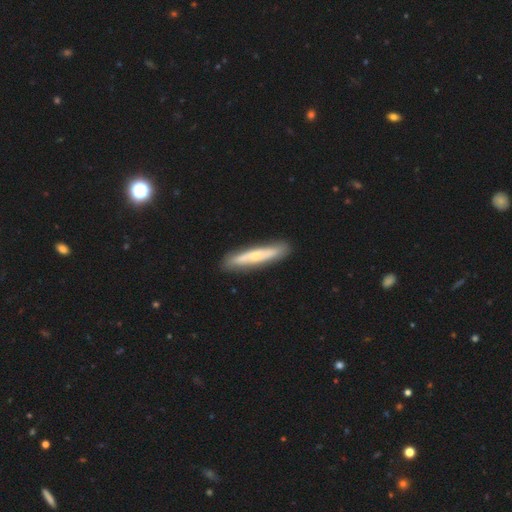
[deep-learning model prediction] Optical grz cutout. It shows a featured or disk galaxy (52%) viewed edge-on (75%). Merging: none (87%).